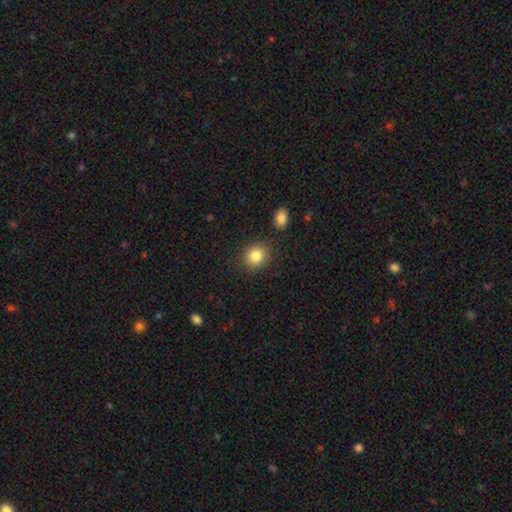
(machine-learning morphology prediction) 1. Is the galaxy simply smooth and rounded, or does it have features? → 84% smooth, 10% star or artifact, 6% featured or disk.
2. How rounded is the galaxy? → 79% round, 20% in between, 1% cigar-shaped.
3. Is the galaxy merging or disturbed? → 86% none, 9% minor disturbance, 3% merger, 3% major disturbance.